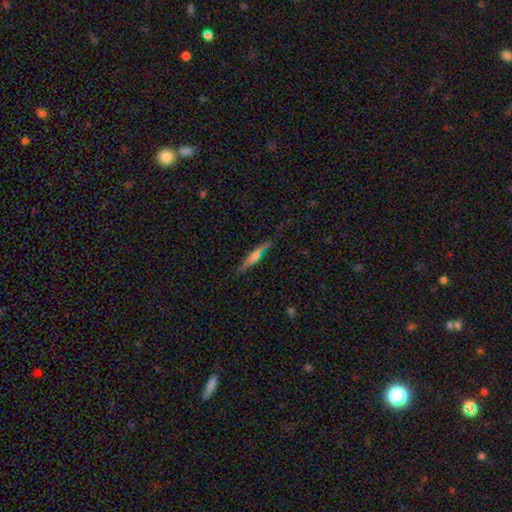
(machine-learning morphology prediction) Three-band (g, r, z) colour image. It shows a featured or disk galaxy (70%) viewed edge-on (97%) with a rounded central bulge (77%). Merging: none (85%).